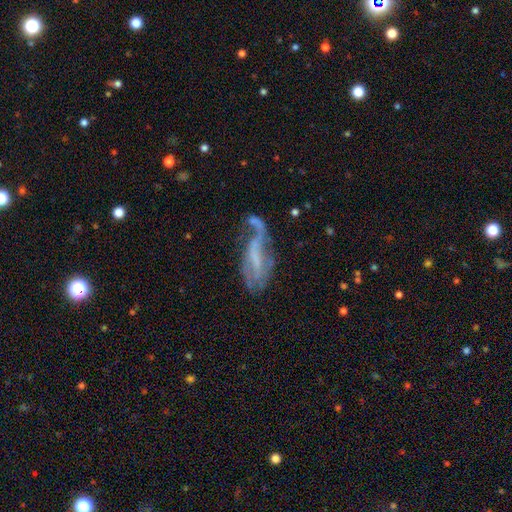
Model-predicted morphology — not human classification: A featured or disk galaxy (60%) with no bar (42%), spiral arms (57%) and no central bulge (52%).

Vote fractions:
- Smooth or featured? featured or disk: 60% / smooth: 29% / star or artifact: 11%
- Edge-on disk? no: 84% / yes: 16%
- Bar? no: 42% / weak: 35% / strong: 23%
- Spiral arms? yes: 57% / no: 43%
- Bulge size? none: 52% / small: 28% / moderate: 15% / large: 3% / dominant: 1%
- Merging? major disturbance: 35% / none: 26% / minor disturbance: 22% / merger: 16%